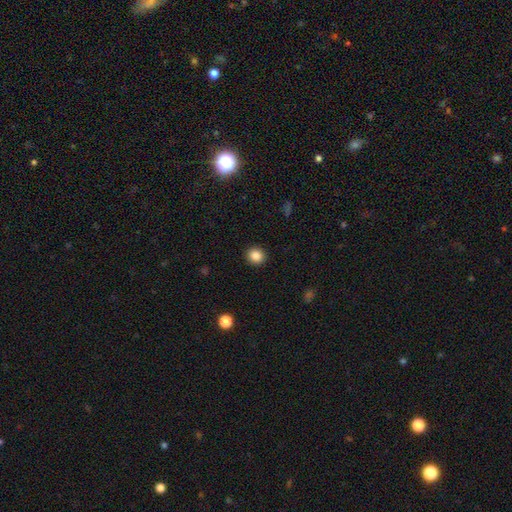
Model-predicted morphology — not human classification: A smooth galaxy with no disk features (85%) that is round (84%). Merging: none (92%).